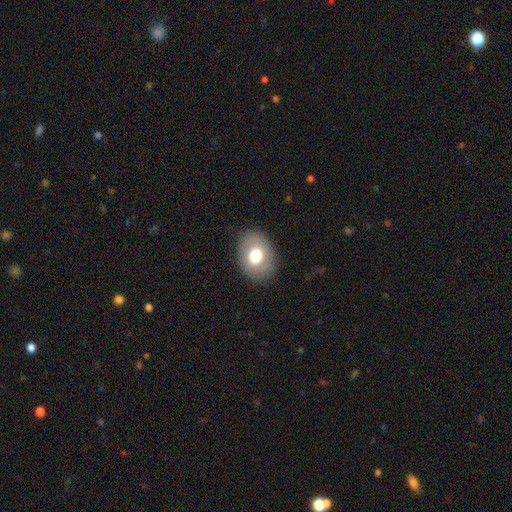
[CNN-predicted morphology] smooth_or_featured: smooth (p=0.73) [alt: featured or disk p=0.19]
how_rounded: in between (p=0.65) [alt: round p=0.34]
merging: none (p=0.86) [alt: minor disturbance p=0.09]